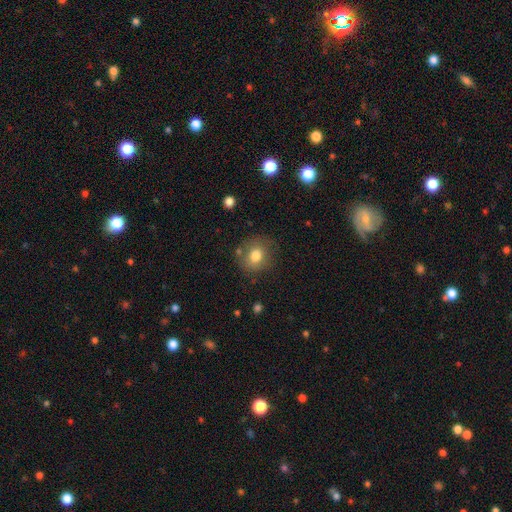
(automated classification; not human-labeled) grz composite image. It shows a smooth galaxy with no disk features (78%) that is round (75%). Merging: none (75%).